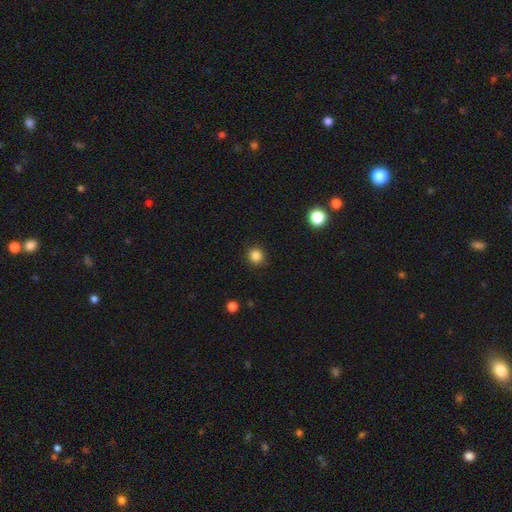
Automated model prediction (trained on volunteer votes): The model was most divided on "smooth or featured": smooth: 85%, star or artifact: 12%, featured or disk: 3%. More confident: how rounded — round (93%); merging — none (91%).